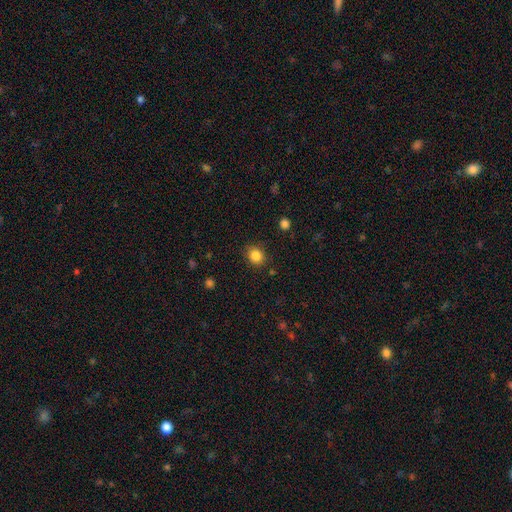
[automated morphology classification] Smooth or featured?
  - smooth: 85% *
  - star or artifact: 11%
  - featured or disk: 4%
How rounded?
  - round: 69% *
  - in between: 30%
  - cigar-shaped: 1%
Merging?
  - none: 86% *
  - minor disturbance: 10%
  - major disturbance: 3%
  - merger: 2%